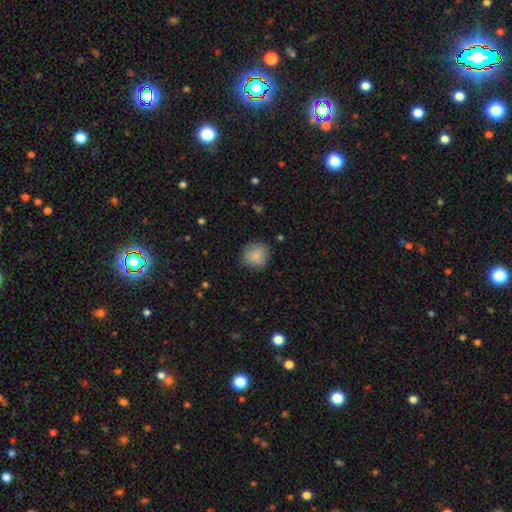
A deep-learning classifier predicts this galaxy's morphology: Smooth or featured? Predicted: smooth (p=0.85). How rounded? Predicted: round (p=0.89). Merging? Predicted: none (p=0.80).